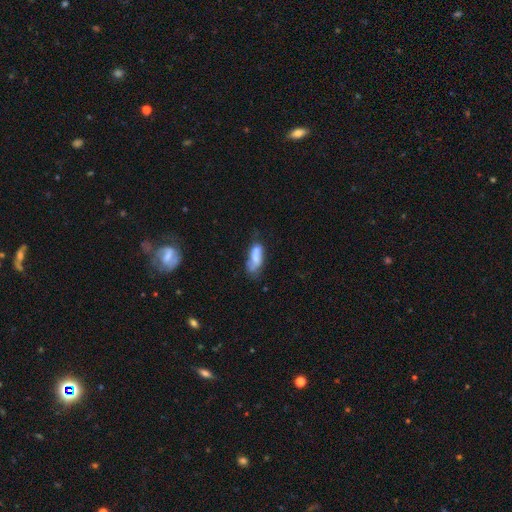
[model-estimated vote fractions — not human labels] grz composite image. It shows a smooth galaxy with no disk features (60%) that is in between round and cigar-shaped (76%). Merging: none (31%).